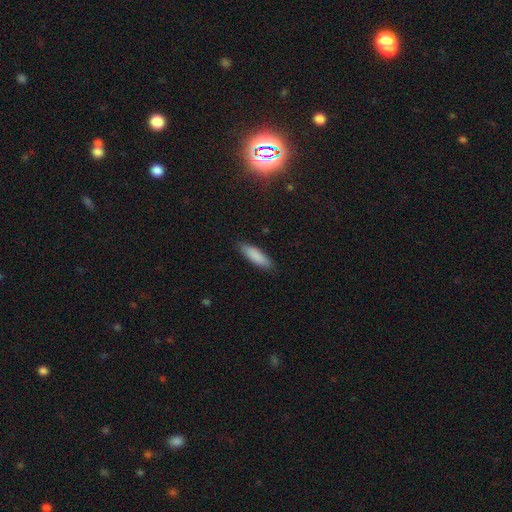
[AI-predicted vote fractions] smooth_or_featured: smooth (p=0.88) [alt: featured or disk p=0.07]
how_rounded: cigar-shaped (p=0.56) [alt: in between p=0.43]
merging: none (p=0.87) [alt: minor disturbance p=0.10]